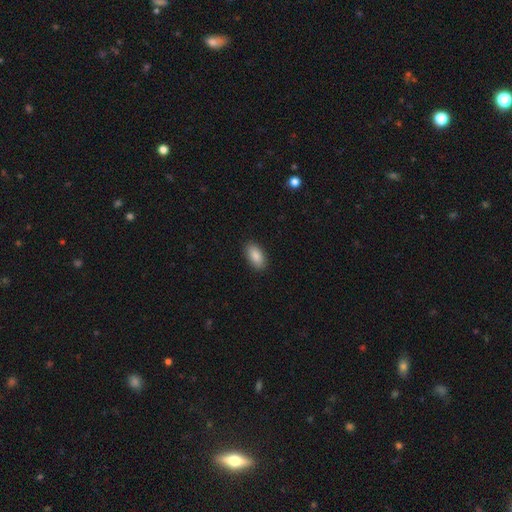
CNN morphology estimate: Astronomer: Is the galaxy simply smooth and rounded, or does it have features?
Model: smooth — 88%.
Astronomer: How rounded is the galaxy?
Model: in between — 93%.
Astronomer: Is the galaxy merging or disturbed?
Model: none — 89%.